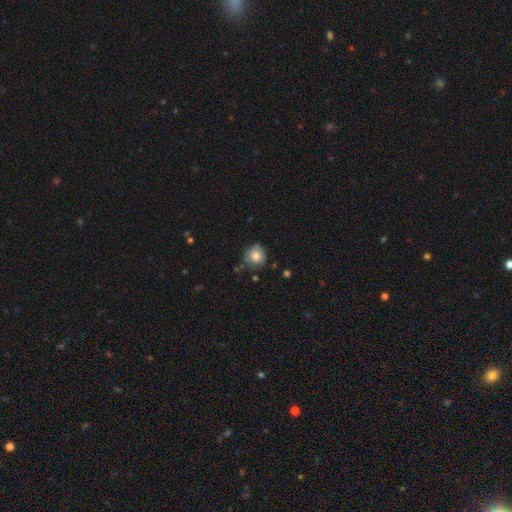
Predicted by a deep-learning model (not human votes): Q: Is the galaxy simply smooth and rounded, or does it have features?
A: smooth — 77%.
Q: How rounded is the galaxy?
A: round — 84%.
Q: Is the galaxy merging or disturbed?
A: none — 65%.